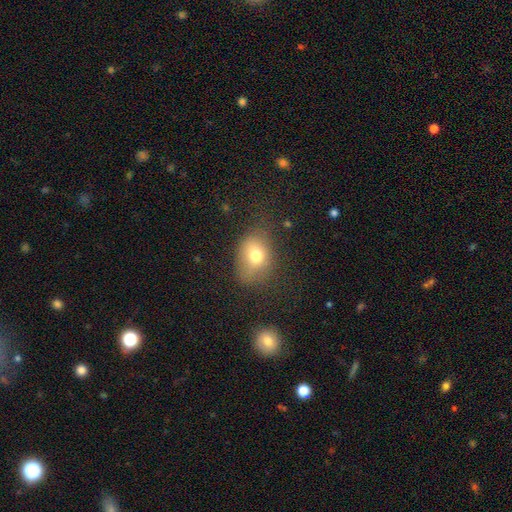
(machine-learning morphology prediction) This is likely a smooth galaxy (73%). How rounded: likely in between (63%). Merging: likely none (63%).